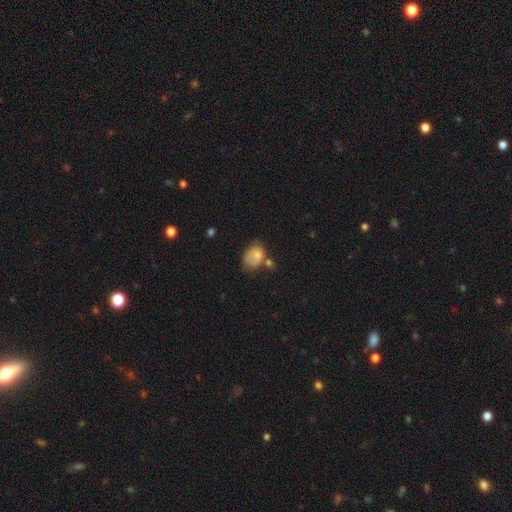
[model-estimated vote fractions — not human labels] Smooth or featured: smooth — 75% (featured or disk — 16%)
How rounded: in between — 72% (round — 27%)
Merging: none — 37% (minor disturbance — 29%)